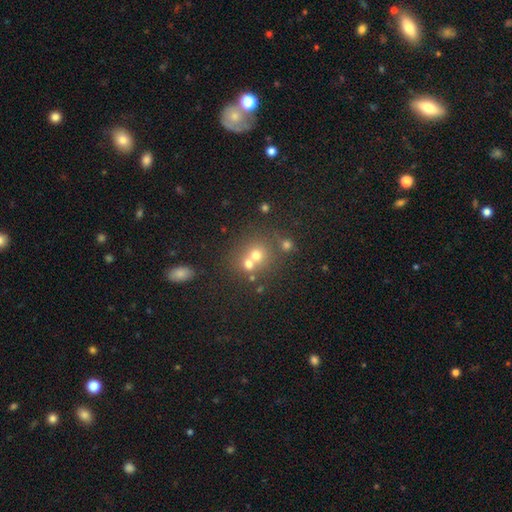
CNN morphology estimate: type=smooth (61%); roundness=round (82%); merging=none (45%).